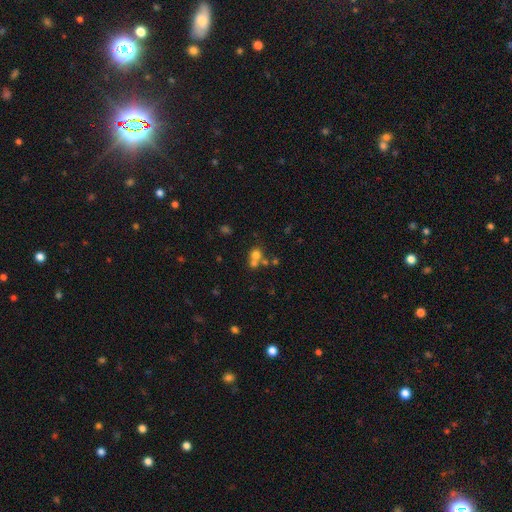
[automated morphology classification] A smooth galaxy with no disk features (66%) that is round (78%). Merging: merger (51%).